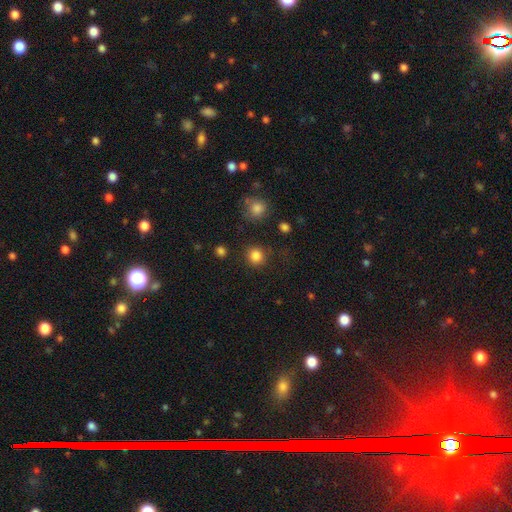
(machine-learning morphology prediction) This is clearly a smooth galaxy (84%). How rounded: clearly round (91%). Merging: clearly none (85%).